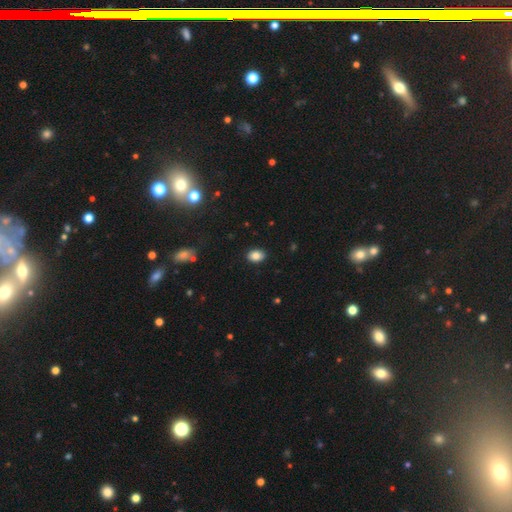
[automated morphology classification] Smooth or featured: smooth — 85% (star or artifact — 9%)
How rounded: in between — 76% (round — 23%)
Merging: none — 89% (minor disturbance — 8%)